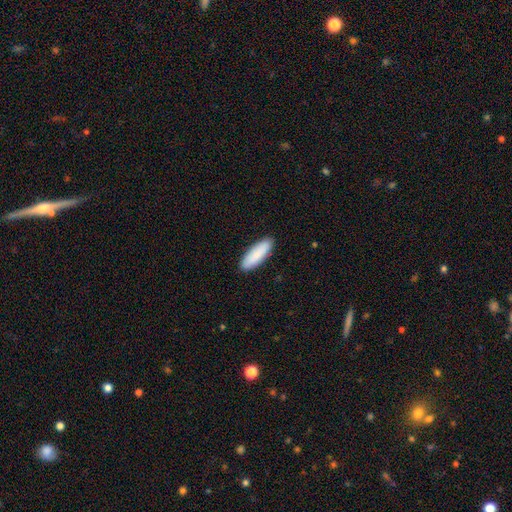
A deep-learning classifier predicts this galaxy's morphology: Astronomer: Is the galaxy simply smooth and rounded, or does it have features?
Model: smooth — 87%.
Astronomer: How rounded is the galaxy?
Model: in between — 53% (runner-up: cigar-shaped, 45%).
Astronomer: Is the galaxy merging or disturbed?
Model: none — 90%.